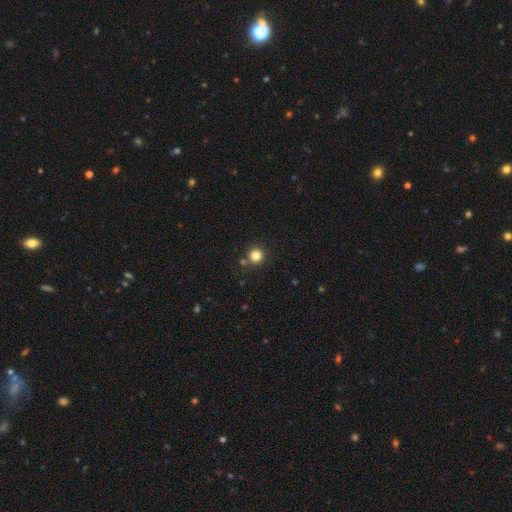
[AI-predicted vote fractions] Smooth or featured? smooth (82%)
How rounded? round (93%)
Merging? none (81%)